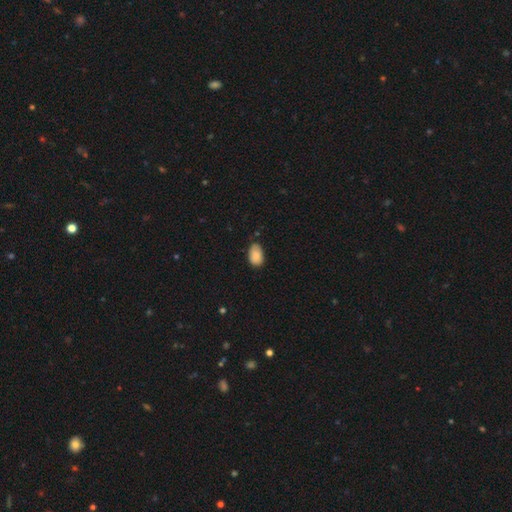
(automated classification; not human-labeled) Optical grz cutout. It shows a smooth galaxy with no disk features (87%) that is in between round and cigar-shaped (92%). Merging: none (64%).